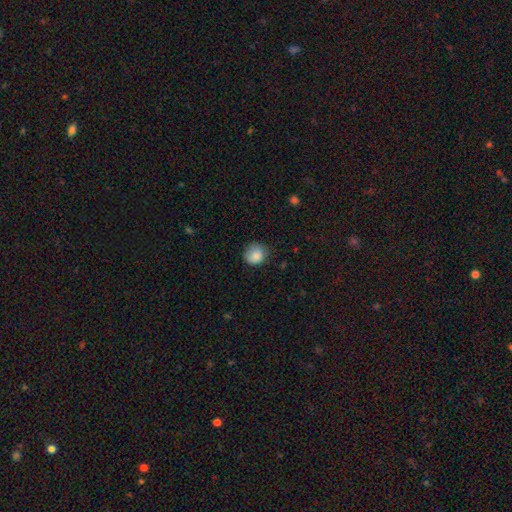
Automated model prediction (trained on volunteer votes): This is clearly a smooth galaxy (86%). How rounded: clearly round (84%). Merging: likely none (72%).